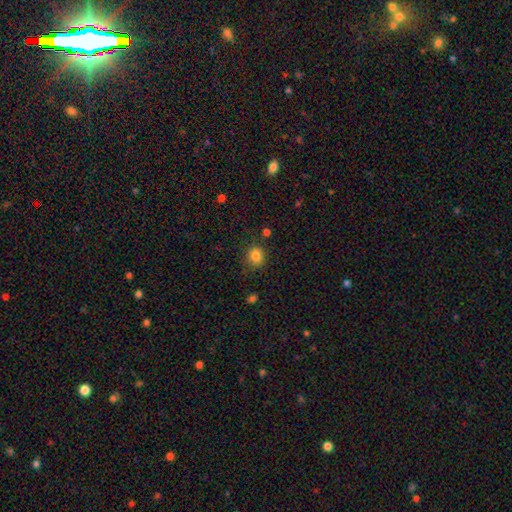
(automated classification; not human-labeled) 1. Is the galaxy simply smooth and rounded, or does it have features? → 83% smooth, 12% star or artifact, 5% featured or disk.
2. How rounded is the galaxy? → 74% round, 25% in between, 1% cigar-shaped.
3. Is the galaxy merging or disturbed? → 78% none, 15% minor disturbance, 4% major disturbance, 3% merger.